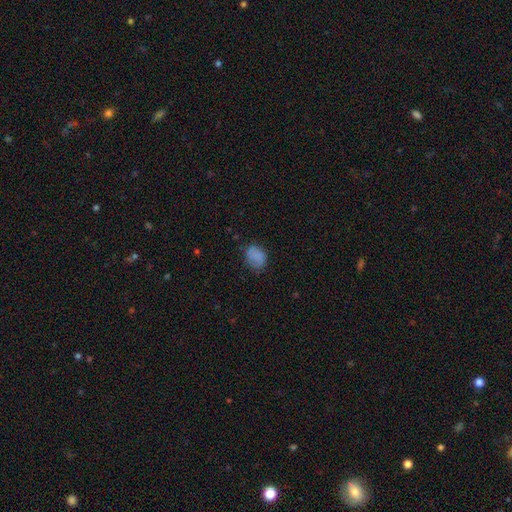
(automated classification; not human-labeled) Morphology: type=smooth (78%); roundness=in between (54%); merging=none (68%).